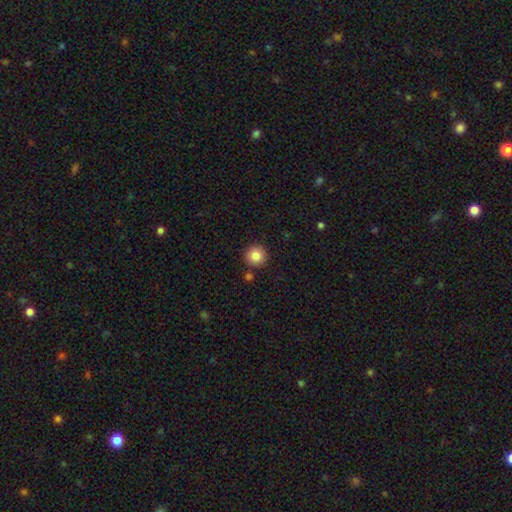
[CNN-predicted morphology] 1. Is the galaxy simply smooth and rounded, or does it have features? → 85% smooth, 10% star or artifact, 6% featured or disk.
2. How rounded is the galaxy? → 95% round, 4% in between, 1% cigar-shaped.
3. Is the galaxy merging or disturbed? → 88% none, 6% minor disturbance, 4% merger, 2% major disturbance.